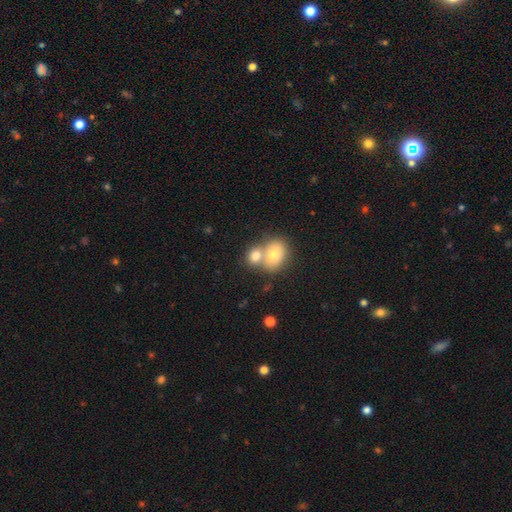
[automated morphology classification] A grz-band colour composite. It shows a smooth galaxy with no disk features (76%) that is round (51%). Merging: merger (60%).